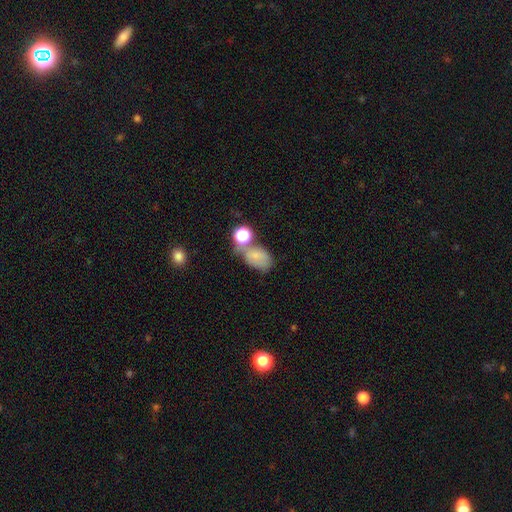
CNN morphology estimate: type=smooth (70%); roundness=in between (77%); merging=none (39%).